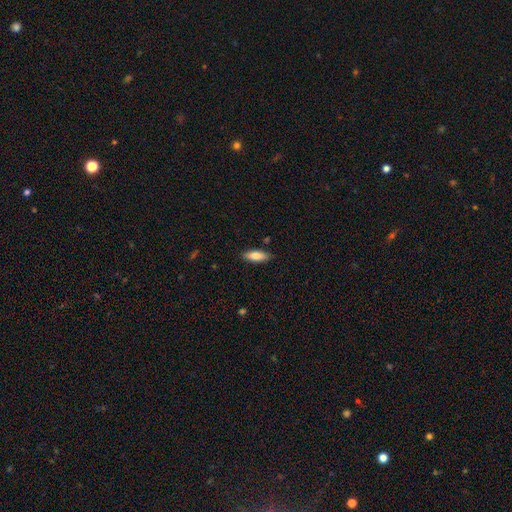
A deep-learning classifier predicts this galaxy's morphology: A smooth galaxy with no disk features (80%) that is in between round and cigar-shaped (68%).

Vote fractions:
- Smooth or featured? smooth: 80% / featured or disk: 14% / star or artifact: 6%
- How rounded? in between: 68% / cigar-shaped: 30% / round: 2%
- Merging? none: 86% / minor disturbance: 10% / major disturbance: 2% / merger: 1%